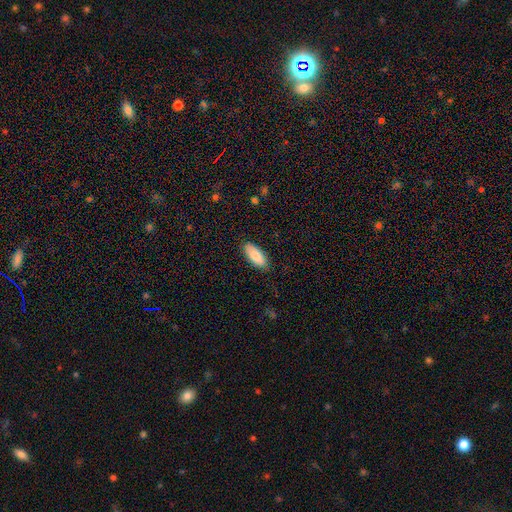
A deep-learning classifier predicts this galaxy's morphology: smooth_or_featured: smooth (p=0.84) [alt: featured or disk p=0.10]
how_rounded: in between (p=0.83) [alt: cigar-shaped p=0.16]
merging: none (p=0.87) [alt: minor disturbance p=0.10]